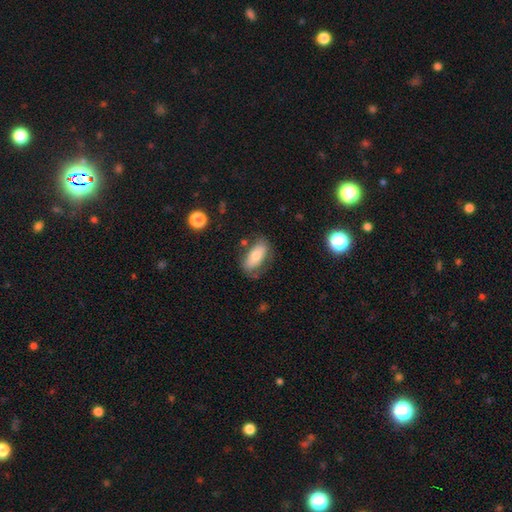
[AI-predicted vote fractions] smooth_or_featured: smooth (p=0.68) [alt: featured or disk p=0.25]
how_rounded: in between (p=0.87) [alt: cigar-shaped p=0.10]
merging: none (p=0.65) [alt: minor disturbance p=0.22]